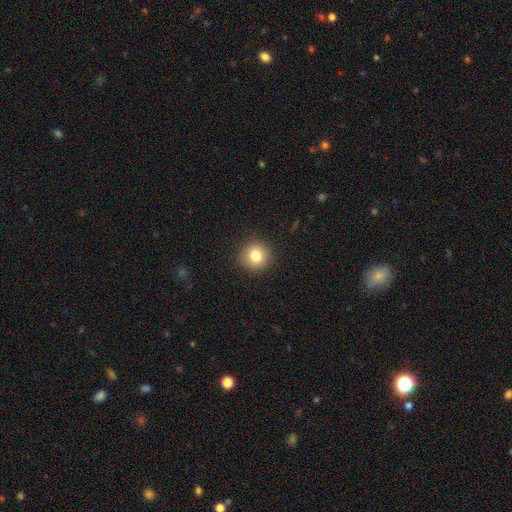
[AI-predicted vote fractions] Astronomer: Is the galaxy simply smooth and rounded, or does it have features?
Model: smooth — 81%.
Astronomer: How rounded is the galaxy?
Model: round — 93%.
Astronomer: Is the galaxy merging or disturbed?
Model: none — 91%.